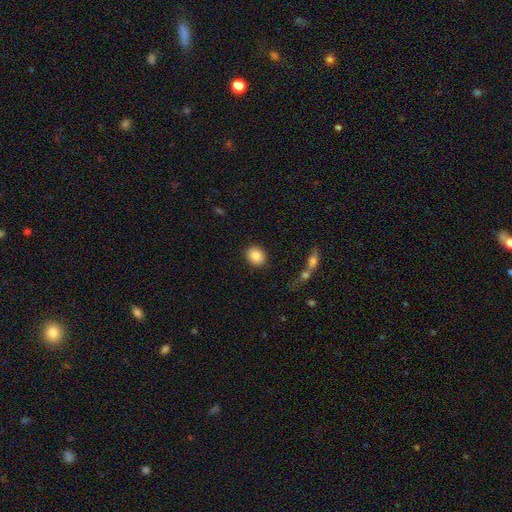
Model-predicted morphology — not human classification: Smooth or featured? smooth (86%)
How rounded? round (61%)
Merging? none (89%)